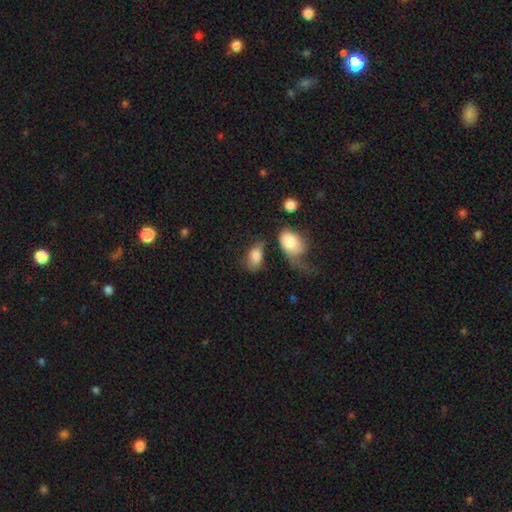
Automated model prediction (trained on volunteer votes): Morphology: type=smooth (82%); roundness=in between (88%); merging=none (34%).